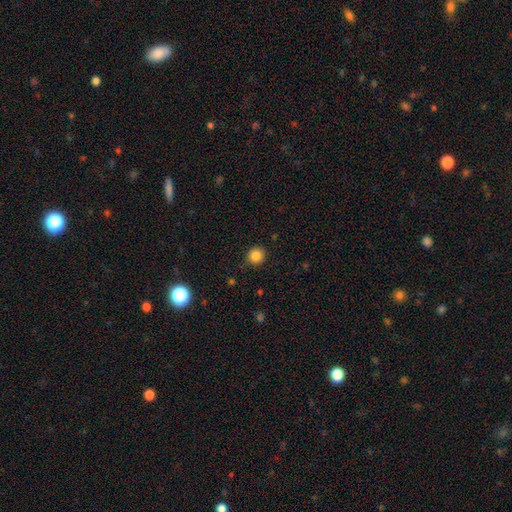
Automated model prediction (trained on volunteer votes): Smooth or featured: smooth — 85% (star or artifact — 11%)
How rounded: round — 91% (in between — 8%)
Merging: none — 88% (minor disturbance — 8%)